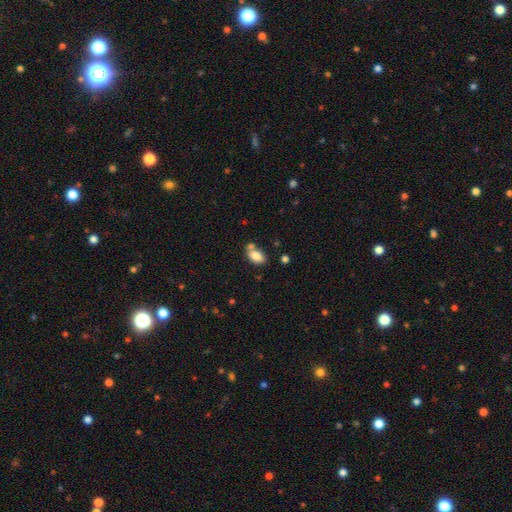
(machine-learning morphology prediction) This appears to be a smooth galaxy with no disk features (83%) that is in between round and cigar-shaped (89%). Merging: none (55%).